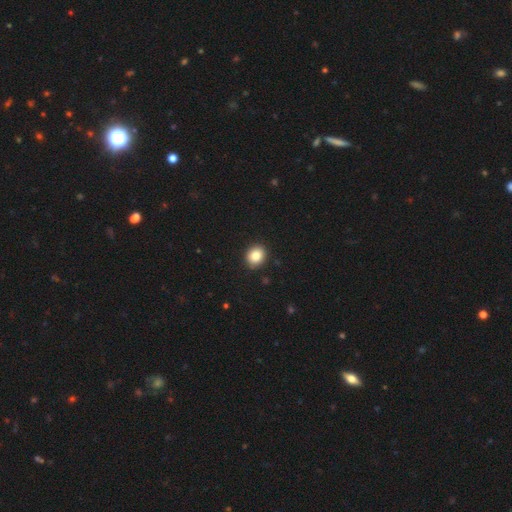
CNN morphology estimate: smooth-or-featured: smooth: 85% | star or artifact: 9% | featured or disk: 6%
  how-rounded: round: 66% | in between: 34% | cigar-shaped: 1%
  merging: none: 91% | minor disturbance: 6% | major disturbance: 2% | merger: 1%